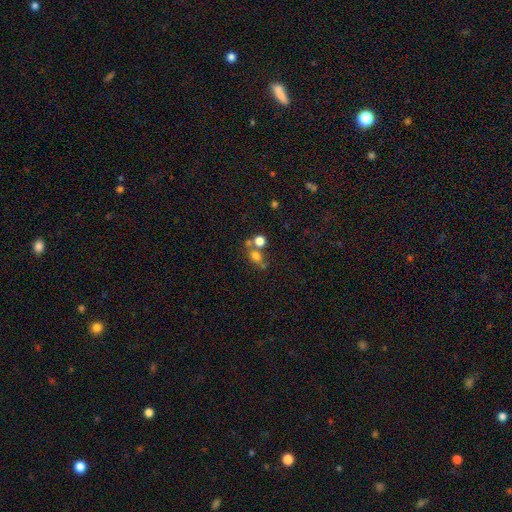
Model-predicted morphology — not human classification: Smooth or featured?
  - smooth: 69% *
  - star or artifact: 18%
  - featured or disk: 14%
How rounded?
  - round: 64% *
  - in between: 34%
  - cigar-shaped: 2%
Merging?
  - none: 48% *
  - merger: 36%
  - minor disturbance: 10%
  - major disturbance: 6%